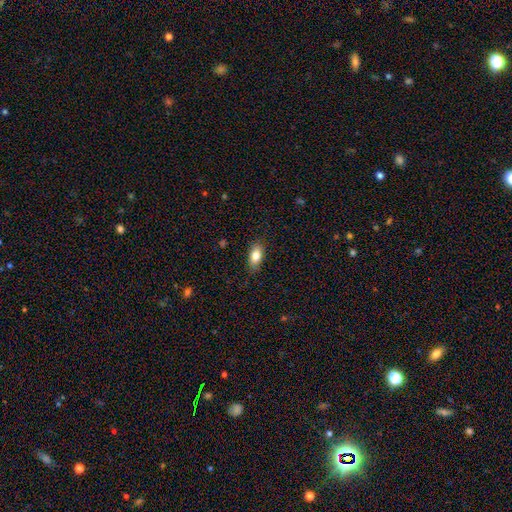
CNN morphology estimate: This is clearly a smooth galaxy (82%). How rounded: clearly in between (88%). Merging: clearly none (85%).